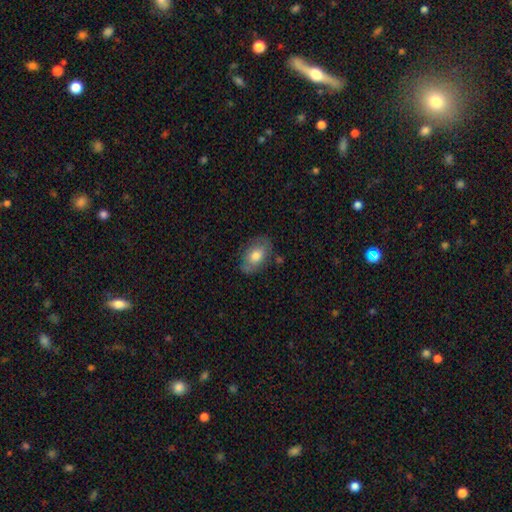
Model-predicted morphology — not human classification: This appears to be a smooth galaxy with no disk features (73%) that is in between round and cigar-shaped (89%). Merging: none (76%).